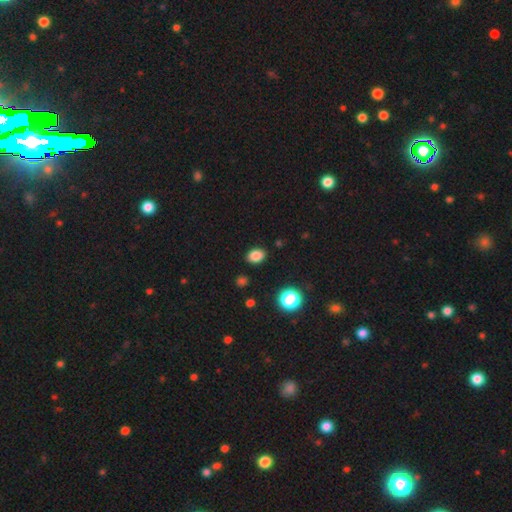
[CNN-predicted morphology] The model was most divided on "how rounded": in between: 73%, round: 26%, cigar-shaped: 1%. More confident: merging — none (87%); smooth or featured — smooth (85%).